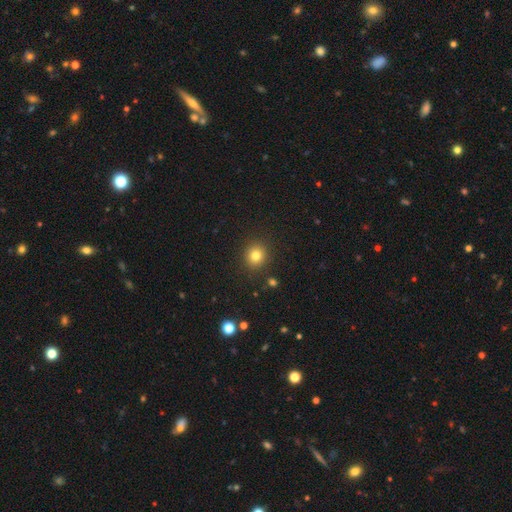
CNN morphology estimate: A smooth galaxy with no disk features (80%) that is round (88%). Merging: none (90%).